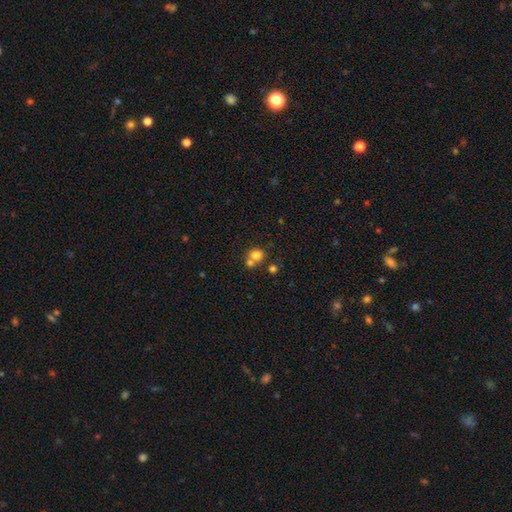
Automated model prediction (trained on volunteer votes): This appears to be a smooth galaxy with no disk features (76%) that is round (80%). Merging: none (46%).